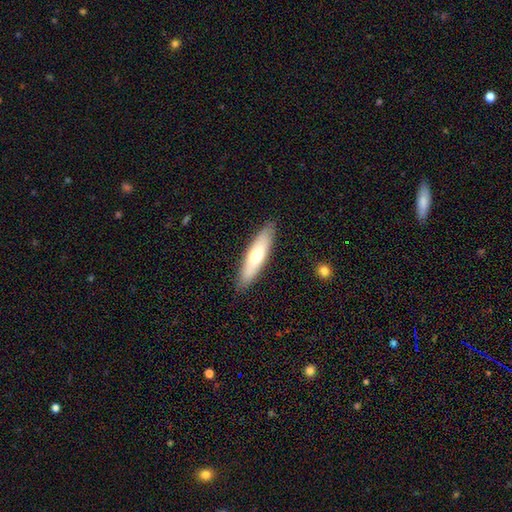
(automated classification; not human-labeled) This appears to be a smooth galaxy with no disk features (61%) that is cigar-shaped (71%). Merging: none (89%).